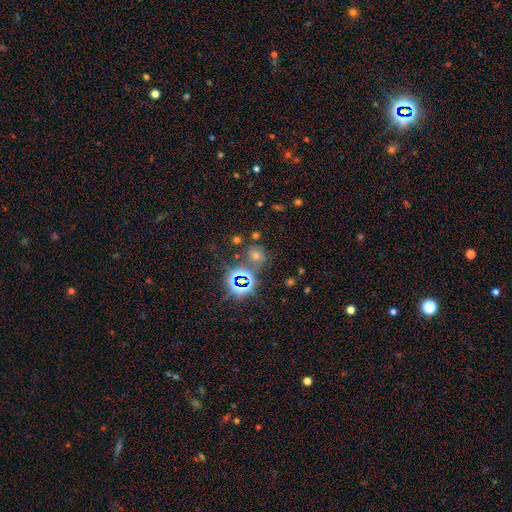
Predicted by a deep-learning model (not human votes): Smooth or featured?
  - star or artifact: 58% *
  - smooth: 33%
  - featured or disk: 9%